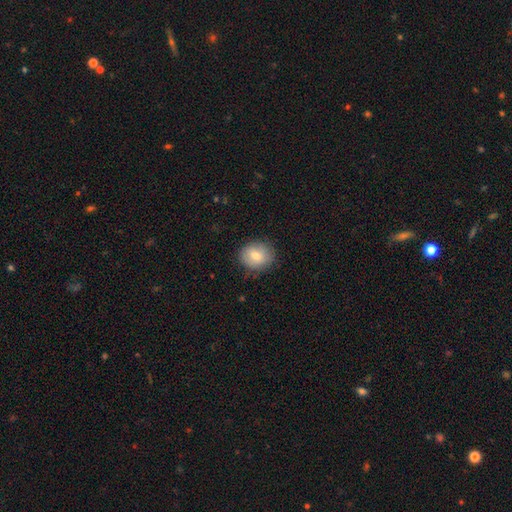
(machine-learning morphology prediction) This is likely a smooth galaxy (76%). How rounded: likely round (64%). Merging: clearly none (82%).